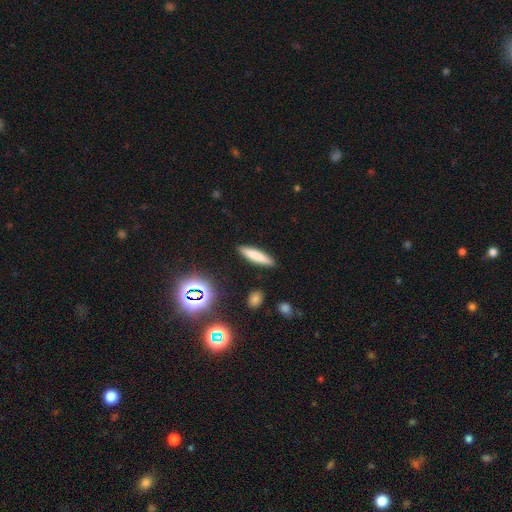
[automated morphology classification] Overall: smooth (75%). How rounded: cigar-shaped (83%). Merging: none (89%).